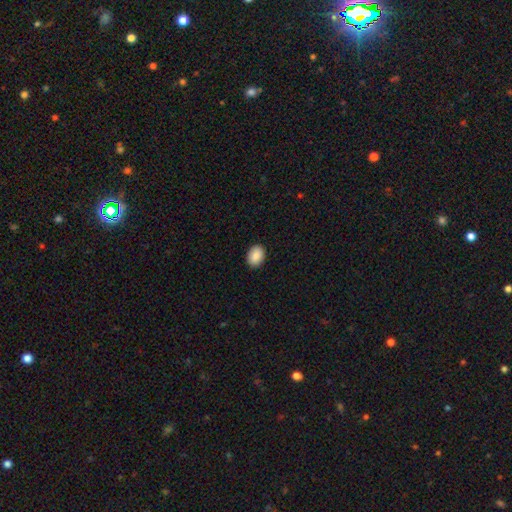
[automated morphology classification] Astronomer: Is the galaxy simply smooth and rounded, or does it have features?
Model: smooth — 90%.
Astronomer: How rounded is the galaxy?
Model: in between — 76%.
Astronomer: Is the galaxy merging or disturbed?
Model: none — 91%.